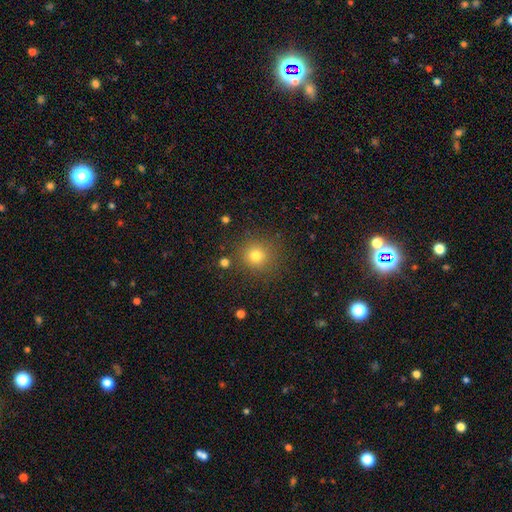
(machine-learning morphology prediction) type=smooth (76%); roundness=round (92%); merging=none (86%).